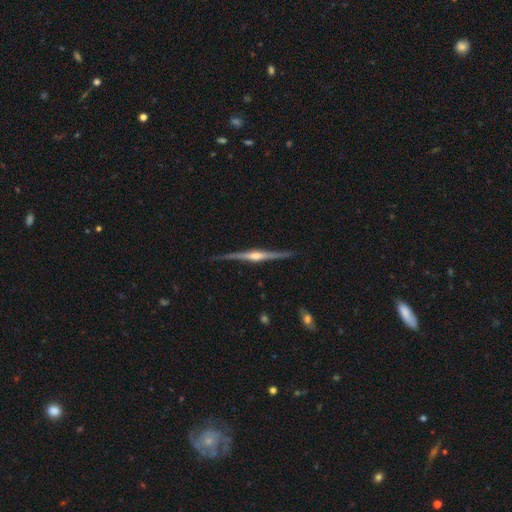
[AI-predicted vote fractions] Smooth or featured? Predicted: featured or disk (p=0.86). Edge-on disk? Predicted: yes (p=0.98). Edge-on bulge? Predicted: rounded (p=0.89). Merging? Predicted: none (p=0.85).